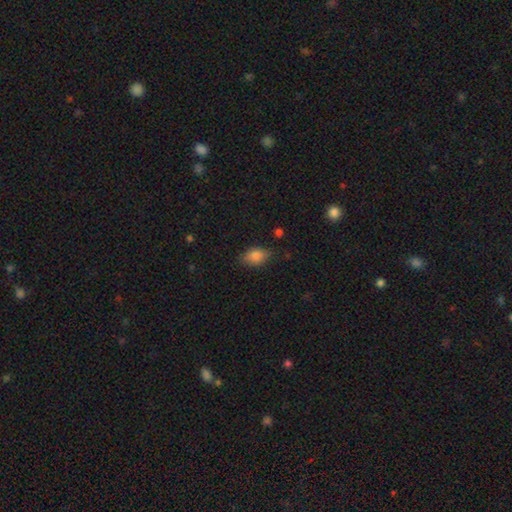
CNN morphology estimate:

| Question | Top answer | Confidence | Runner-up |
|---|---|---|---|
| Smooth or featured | smooth | 83% | star or artifact (9%) |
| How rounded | in between | 84% | round (14%) |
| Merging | none | 74% | minor disturbance (20%) |